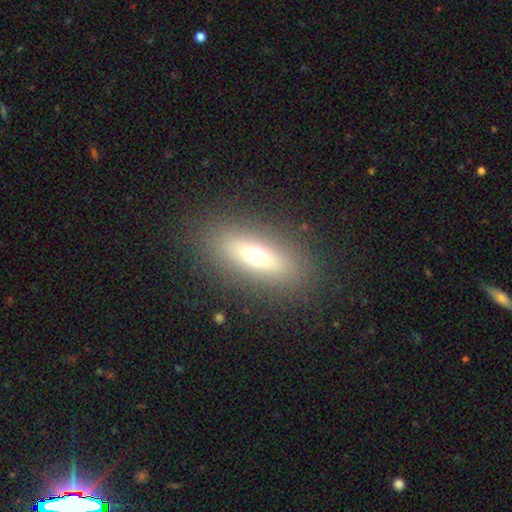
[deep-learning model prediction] Smooth or featured? Predicted: smooth (p=0.59). How rounded? Predicted: in between (p=0.62). Merging? Predicted: none (p=0.86).